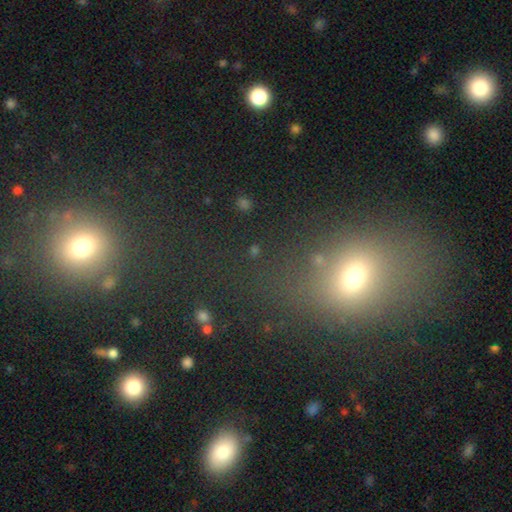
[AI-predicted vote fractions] This is possibly a smooth galaxy (54%). How rounded: likely round (60%). Merging: likely none (68%).